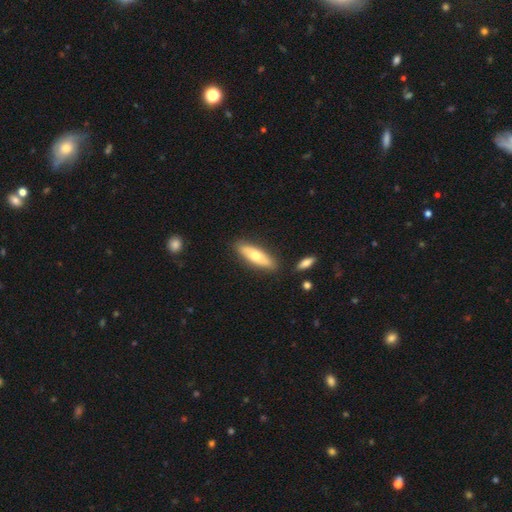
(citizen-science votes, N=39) featured or disk 64%, smooth 31%, star or artifact 5%. Down the decision tree: edge-on disk — no (68%); bar — no (88%); spiral arms — no (82%); bulge size — moderate (82%); merging — none (92%).